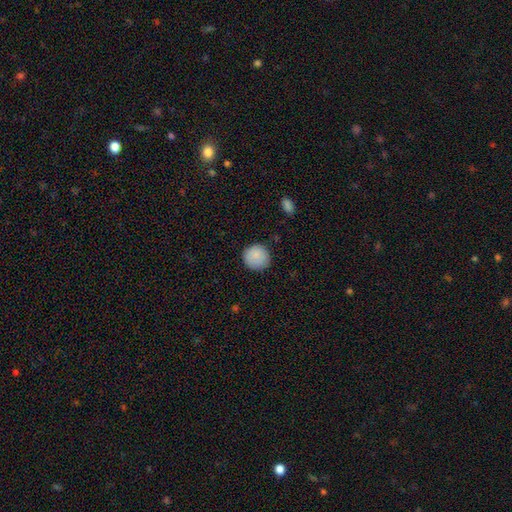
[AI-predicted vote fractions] This is clearly a smooth galaxy (87%). How rounded: clearly round (92%). Merging: clearly none (86%).